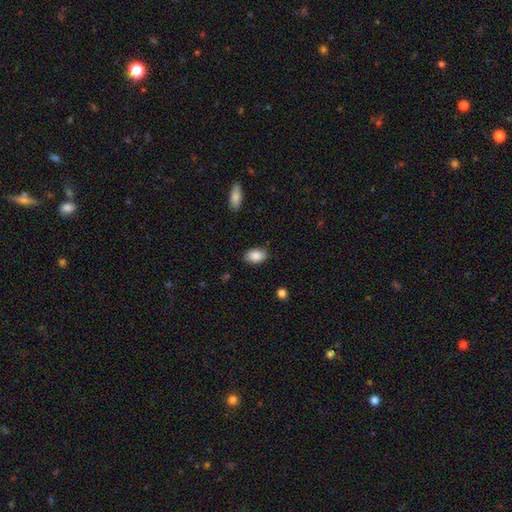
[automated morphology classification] Q: Smooth or featured?
A: smooth (87%); runner-up: star or artifact (7%)
Q: How rounded?
A: in between (89%); runner-up: round (10%)
Q: Merging?
A: none (85%); runner-up: minor disturbance (11%)